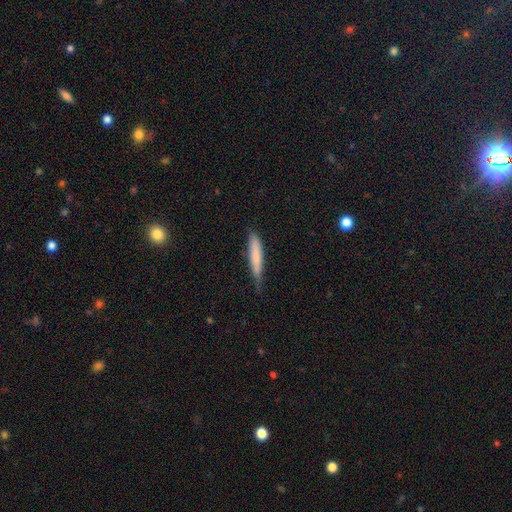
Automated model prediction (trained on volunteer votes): Smooth or featured: smooth — 74% (featured or disk — 20%)
How rounded: cigar-shaped — 90% (in between — 8%)
Merging: none — 62% (minor disturbance — 31%)